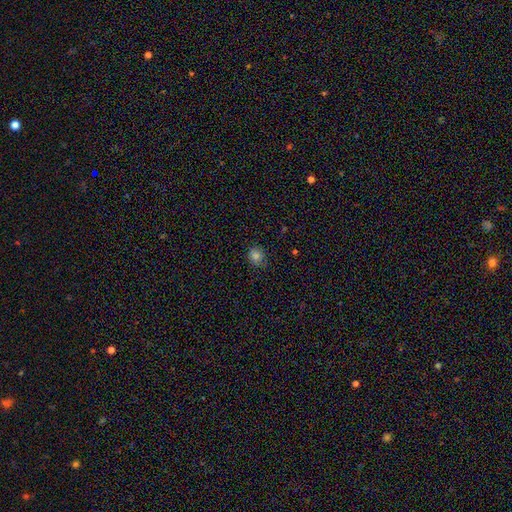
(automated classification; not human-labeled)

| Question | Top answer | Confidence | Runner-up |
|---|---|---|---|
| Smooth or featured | smooth | 81% | star or artifact (14%) |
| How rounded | round | 76% | in between (23%) |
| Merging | none | 80% | minor disturbance (15%) |